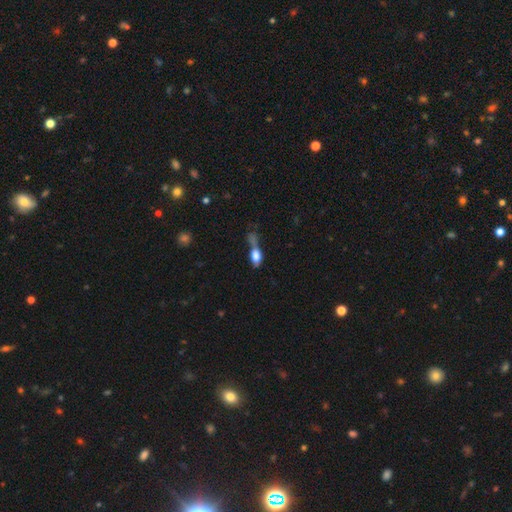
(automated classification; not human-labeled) The model was most divided on "merging": merger: 32%, none: 25%, major disturbance: 23%, minor disturbance: 19%. More confident: how rounded — in between (73%); smooth or featured — smooth (70%).